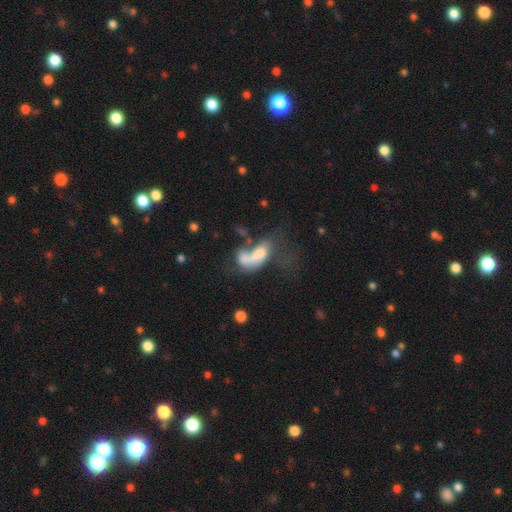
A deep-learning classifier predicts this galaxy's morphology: type=smooth (51%); roundness=in between (81%); merging=merger (45%).